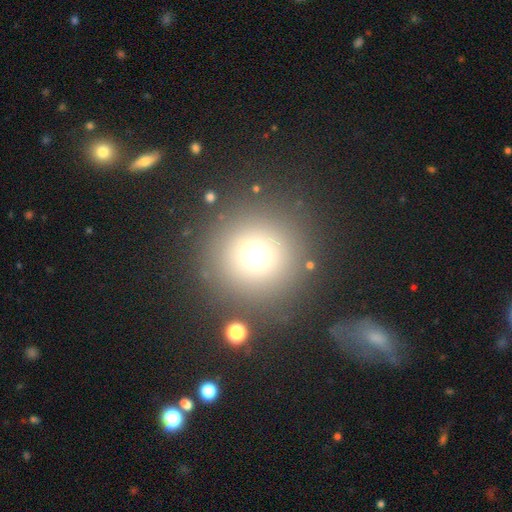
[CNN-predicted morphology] smooth-or-featured: smooth: 71% | star or artifact: 18% | featured or disk: 11%
  how-rounded: round: 95% | in between: 4% | cigar-shaped: 1%
  merging: none: 83% | minor disturbance: 7% | merger: 5% | major disturbance: 4%